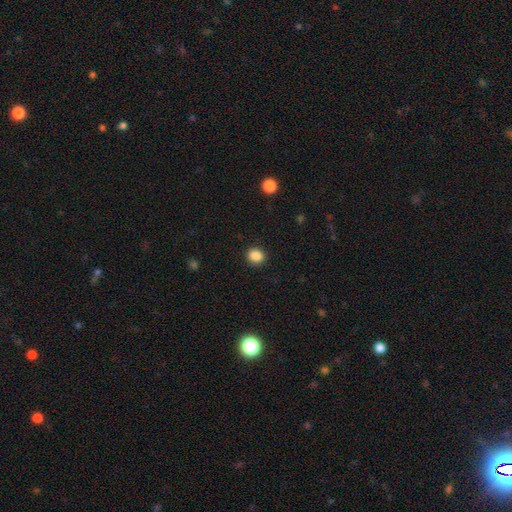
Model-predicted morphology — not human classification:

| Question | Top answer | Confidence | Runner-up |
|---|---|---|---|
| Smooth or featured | smooth | 87% | star or artifact (10%) |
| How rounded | round | 76% | in between (24%) |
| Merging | none | 90% | minor disturbance (7%) |